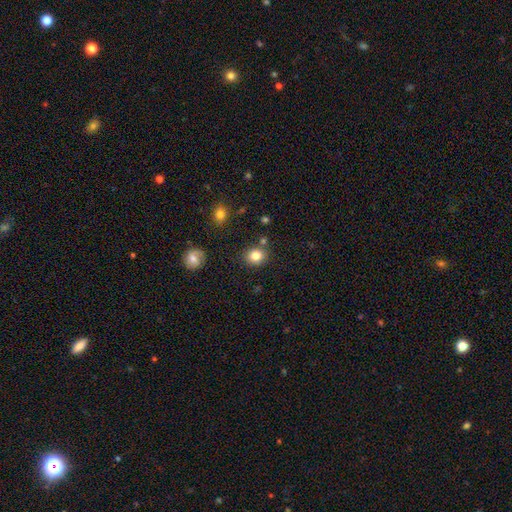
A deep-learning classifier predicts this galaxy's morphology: The model was most divided on "how rounded": round: 77%, in between: 22%, cigar-shaped: 1%. More confident: smooth or featured — smooth (82%); merging — none (82%).